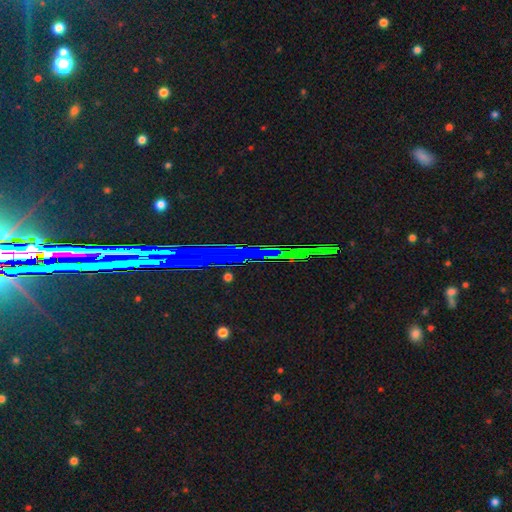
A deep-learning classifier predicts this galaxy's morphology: star or artifact 77%, featured or disk 14%, smooth 9%.